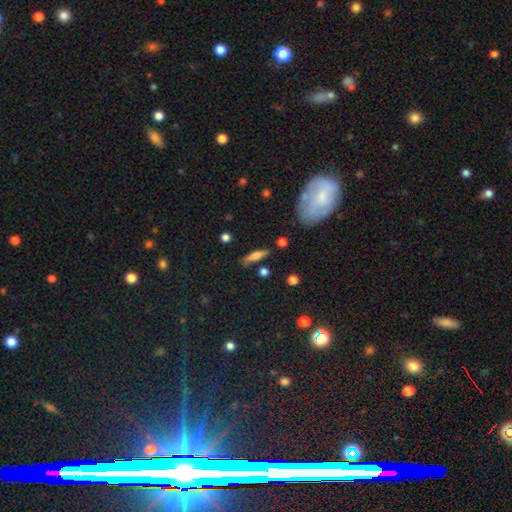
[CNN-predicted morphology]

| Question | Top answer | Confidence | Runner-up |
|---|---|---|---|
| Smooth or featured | smooth | 65% | featured or disk (26%) |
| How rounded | cigar-shaped | 73% | in between (24%) |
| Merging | none | 75% | minor disturbance (16%) |